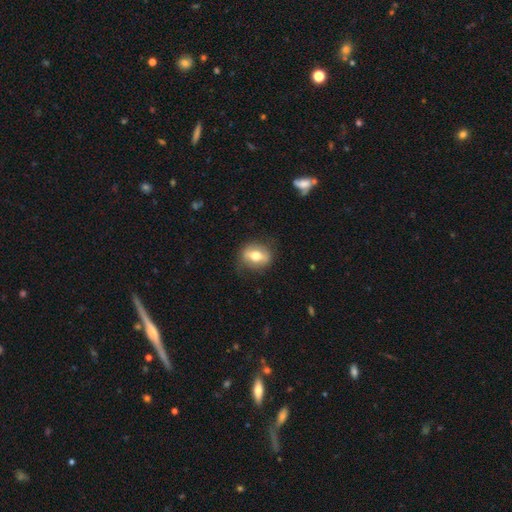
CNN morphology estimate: type=smooth (52%); roundness=in between (56%); merging=none (80%).